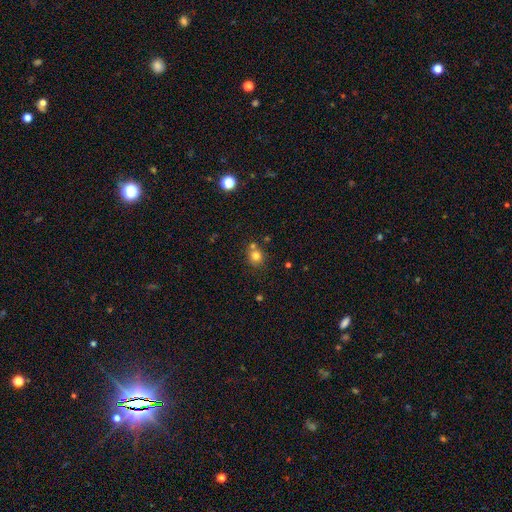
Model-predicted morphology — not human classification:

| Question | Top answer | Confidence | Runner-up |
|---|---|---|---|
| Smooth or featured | smooth | 78% | star or artifact (14%) |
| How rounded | round | 85% | in between (14%) |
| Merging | none | 65% | merger (22%) |